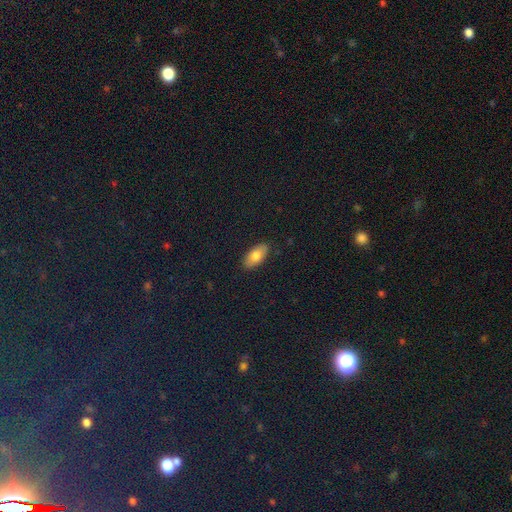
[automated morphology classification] smooth-or-featured: smooth: 80% | featured or disk: 13% | star or artifact: 7%
  how-rounded: in between: 91% | cigar-shaped: 6% | round: 3%
  merging: none: 88% | minor disturbance: 9% | major disturbance: 2% | merger: 1%